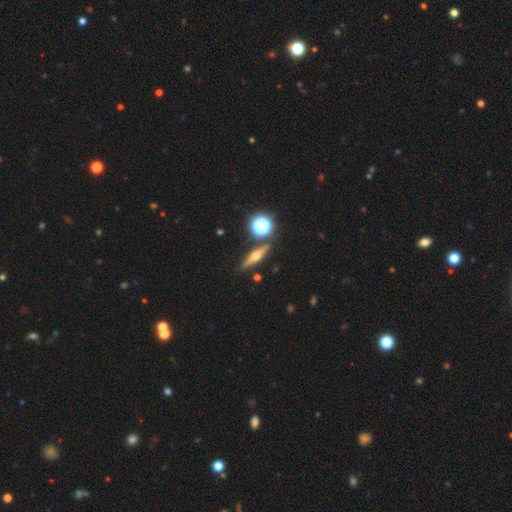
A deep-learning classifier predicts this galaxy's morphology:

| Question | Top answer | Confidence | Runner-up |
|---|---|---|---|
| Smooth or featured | featured or disk | 65% | smooth (24%) |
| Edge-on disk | yes | 95% | no (5%) |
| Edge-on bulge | rounded | 94% | boxy (3%) |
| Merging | none | 86% | minor disturbance (7%) |